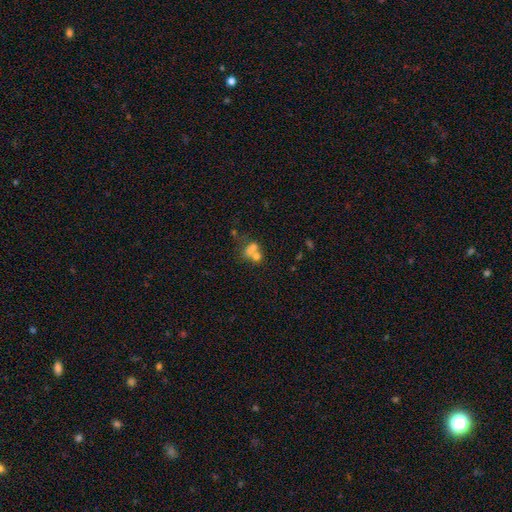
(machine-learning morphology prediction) A smooth galaxy with no disk features (65%) that is round (52%). Merging: merger (58%).